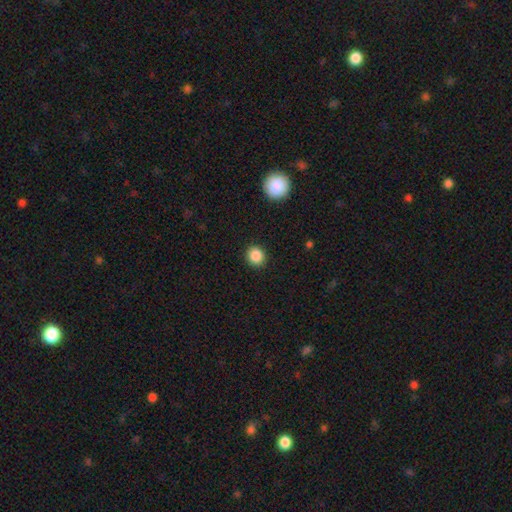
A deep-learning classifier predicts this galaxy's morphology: smooth_or_featured: smooth (p=0.87) [alt: star or artifact p=0.10]
how_rounded: round (p=0.85) [alt: in between p=0.14]
merging: none (p=0.91) [alt: minor disturbance p=0.06]